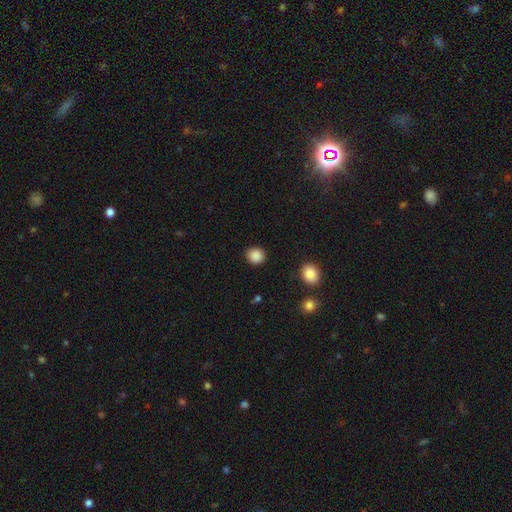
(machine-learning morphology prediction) Q: Smooth or featured?
A: smooth (88%); runner-up: star or artifact (9%)
Q: How rounded?
A: round (81%); runner-up: in between (18%)
Q: Merging?
A: none (88%); runner-up: minor disturbance (8%)